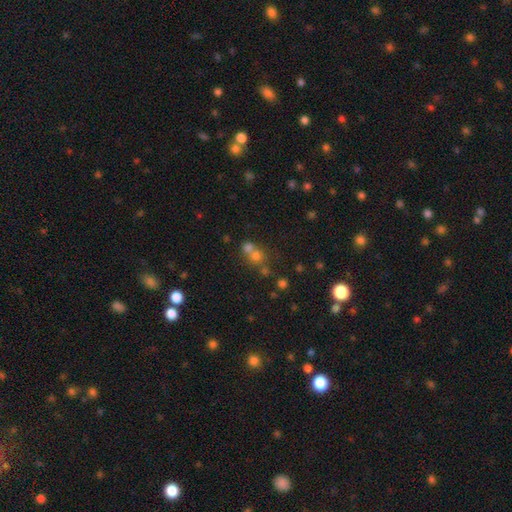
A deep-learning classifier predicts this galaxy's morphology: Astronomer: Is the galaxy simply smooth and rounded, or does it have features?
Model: smooth — 64%.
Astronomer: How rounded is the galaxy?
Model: round — 82%.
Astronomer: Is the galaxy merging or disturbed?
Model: merger — 51% (runner-up: none, 38%).